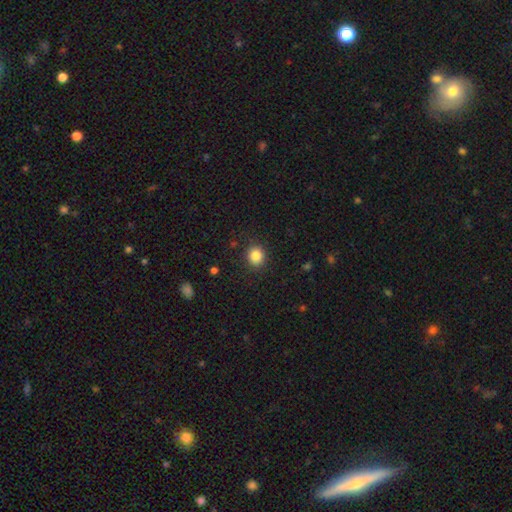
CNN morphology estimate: Smooth or featured?
  - smooth: 85% *
  - star or artifact: 10%
  - featured or disk: 5%
How rounded?
  - round: 84% *
  - in between: 15%
  - cigar-shaped: 1%
Merging?
  - none: 89% *
  - minor disturbance: 8%
  - major disturbance: 3%
  - merger: 1%